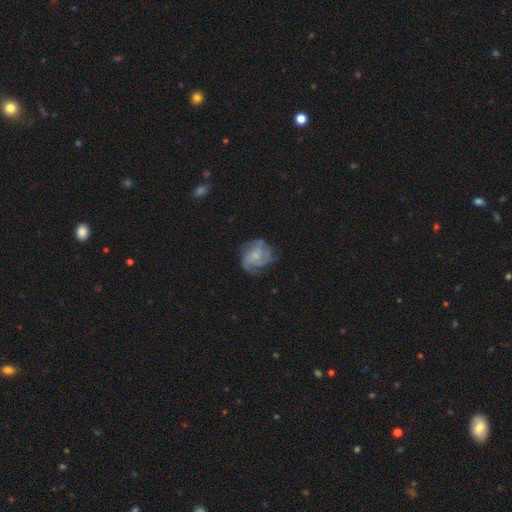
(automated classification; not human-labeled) A featured or disk galaxy (69%) with no bar (75%), 3 (31%) medium (42%) spiral arms (90%) and a small central bulge (65%). Merging: none (65%).